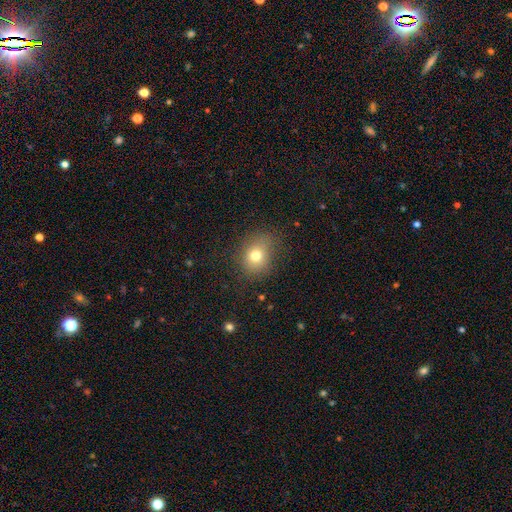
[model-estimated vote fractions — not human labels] A smooth galaxy with no disk features (73%) that is round (62%).

Vote fractions:
- Smooth or featured? smooth: 73% / star or artifact: 15% / featured or disk: 12%
- How rounded? round: 62% / in between: 37% / cigar-shaped: 1%
- Merging? none: 73% / minor disturbance: 17% / major disturbance: 8% / merger: 1%